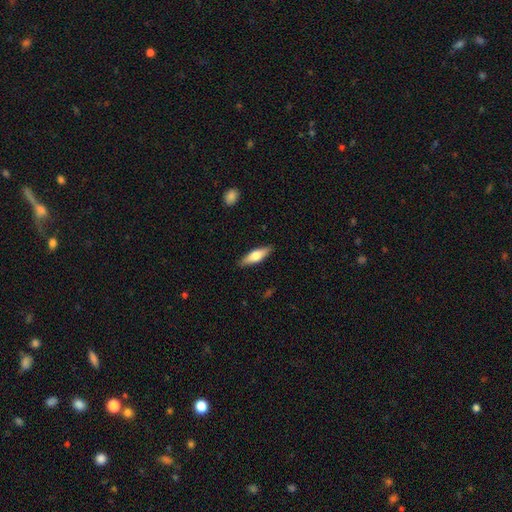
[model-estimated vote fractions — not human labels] A smooth galaxy with no disk features (58%) that is cigar-shaped (54%).

Vote fractions:
- Smooth or featured? smooth: 58% / featured or disk: 36% / star or artifact: 5%
- How rounded? cigar-shaped: 54% / in between: 44% / round: 2%
- Merging? none: 88% / minor disturbance: 9% / major disturbance: 2% / merger: 1%